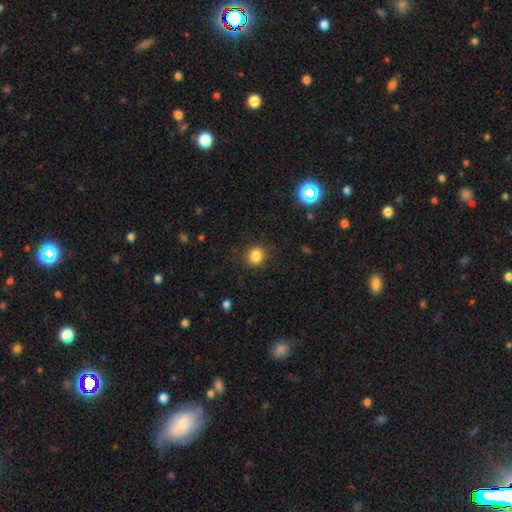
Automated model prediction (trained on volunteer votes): Smooth or featured?
  - smooth: 84% *
  - star or artifact: 11%
  - featured or disk: 4%
How rounded?
  - round: 83% *
  - in between: 16%
  - cigar-shaped: 1%
Merging?
  - none: 86% *
  - minor disturbance: 10%
  - major disturbance: 3%
  - merger: 1%